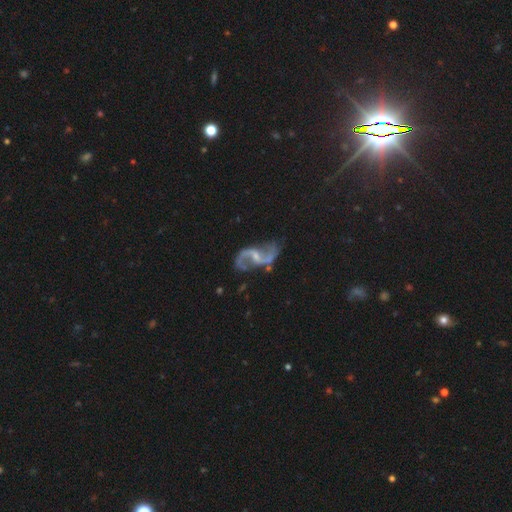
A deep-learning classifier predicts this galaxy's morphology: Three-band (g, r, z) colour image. It shows a featured or disk galaxy (91%) with a weak bar (51%), 2 (94%) loose (70%) spiral arms (97%) and a small central bulge (60%). Merging: none (70%).